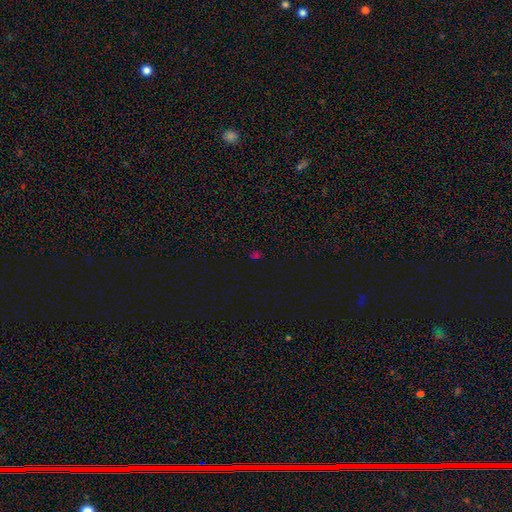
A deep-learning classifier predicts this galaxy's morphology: smooth_or_featured: star or artifact (p=0.55) [alt: smooth p=0.38]